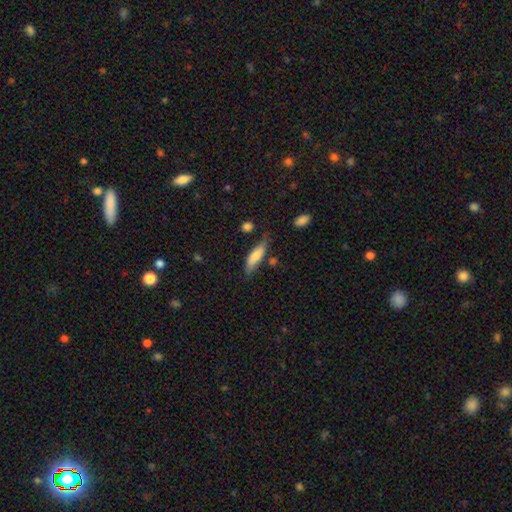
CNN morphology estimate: Q: Smooth or featured?
A: smooth (73%); runner-up: featured or disk (21%)
Q: How rounded?
A: cigar-shaped (58%); runner-up: in between (40%)
Q: Merging?
A: none (62%); runner-up: minor disturbance (26%)